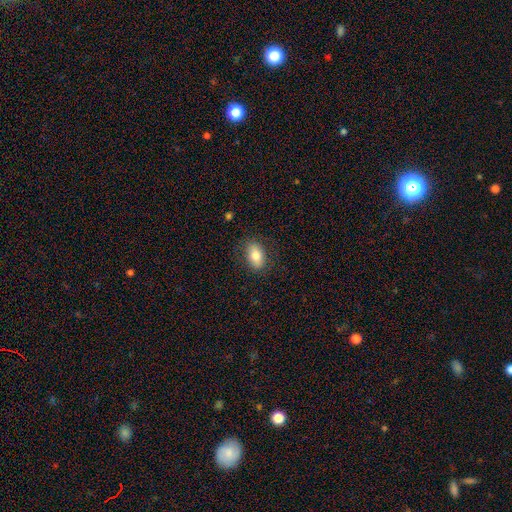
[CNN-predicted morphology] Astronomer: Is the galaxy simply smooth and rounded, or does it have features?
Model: smooth — 78%.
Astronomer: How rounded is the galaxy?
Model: in between — 87%.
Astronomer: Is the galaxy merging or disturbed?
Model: none — 82%.